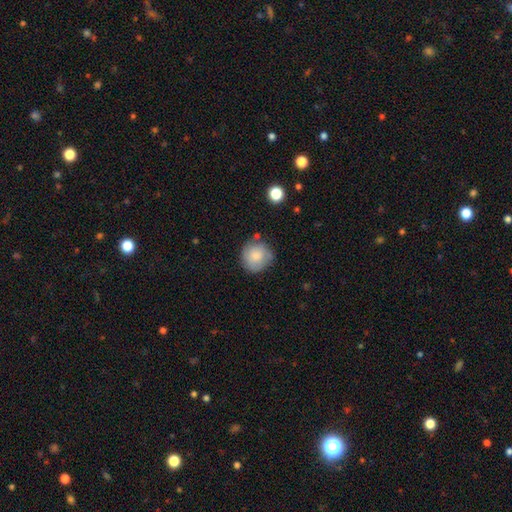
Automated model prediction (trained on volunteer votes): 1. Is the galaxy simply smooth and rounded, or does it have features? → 77% smooth, 16% featured or disk, 7% star or artifact.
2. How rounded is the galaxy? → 90% round, 9% in between, 1% cigar-shaped.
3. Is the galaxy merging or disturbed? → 69% none, 21% minor disturbance, 6% major disturbance, 4% merger.